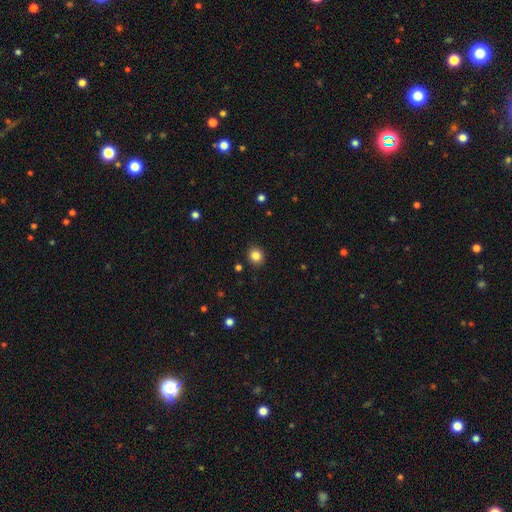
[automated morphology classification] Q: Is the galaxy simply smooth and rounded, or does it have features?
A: smooth — 84%.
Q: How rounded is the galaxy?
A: round — 79%.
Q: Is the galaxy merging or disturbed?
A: none — 90%.